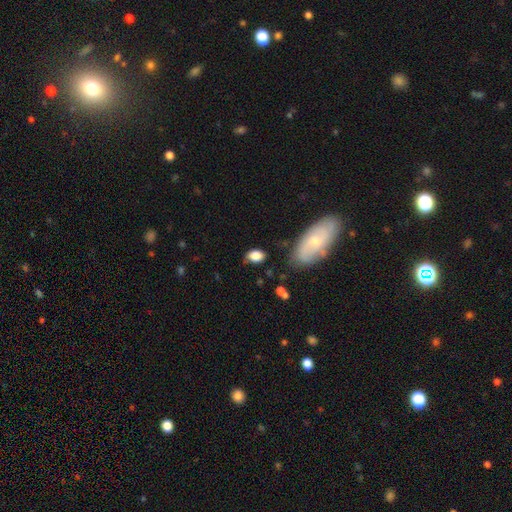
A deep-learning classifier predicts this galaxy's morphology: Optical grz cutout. It shows a smooth galaxy with no disk features (83%) that is in between round and cigar-shaped (84%). Merging: none (70%).